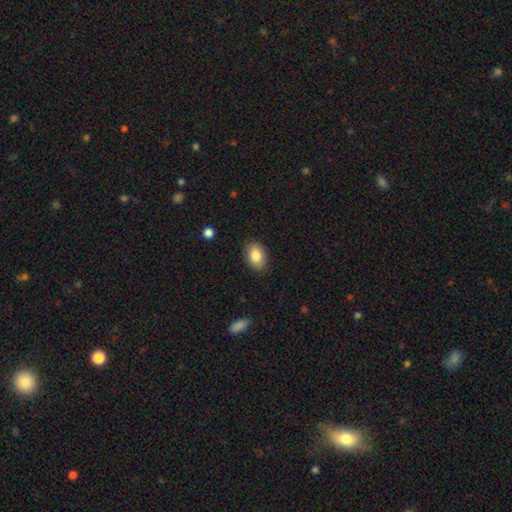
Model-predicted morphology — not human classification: The model was most divided on "how rounded": in between: 86%, round: 13%, cigar-shaped: 1%. More confident: merging — none (86%); smooth or featured — smooth (84%).